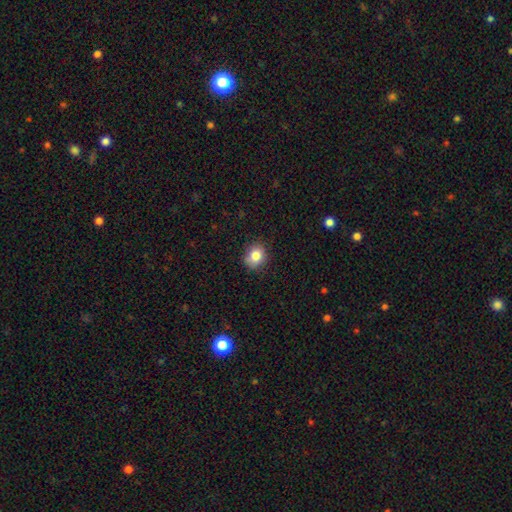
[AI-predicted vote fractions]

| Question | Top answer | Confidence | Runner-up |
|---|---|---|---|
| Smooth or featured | smooth | 83% | star or artifact (10%) |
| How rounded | round | 71% | in between (29%) |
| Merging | none | 83% | minor disturbance (13%) |